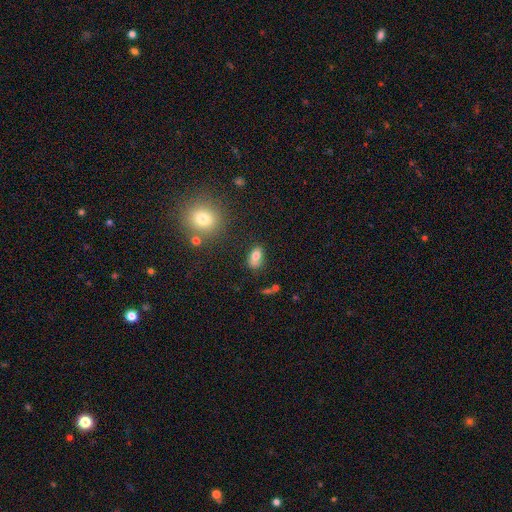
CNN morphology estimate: A smooth galaxy with no disk features (77%) that is in between round and cigar-shaped (85%). Merging: none (64%).